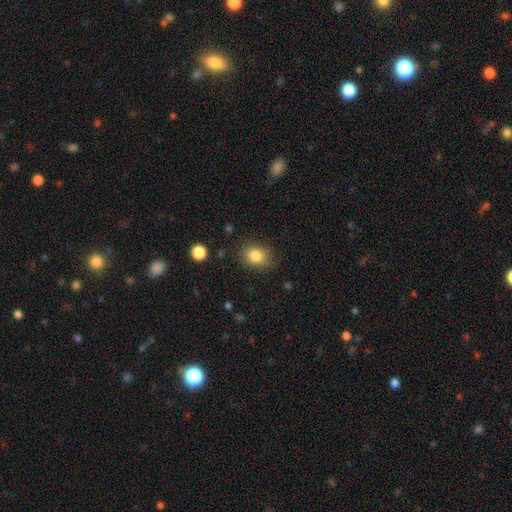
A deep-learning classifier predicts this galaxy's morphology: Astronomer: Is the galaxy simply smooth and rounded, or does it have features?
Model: smooth — 84%.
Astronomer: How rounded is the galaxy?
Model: in between — 50% (runner-up: round, 49%).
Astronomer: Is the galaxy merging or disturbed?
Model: none — 80%.